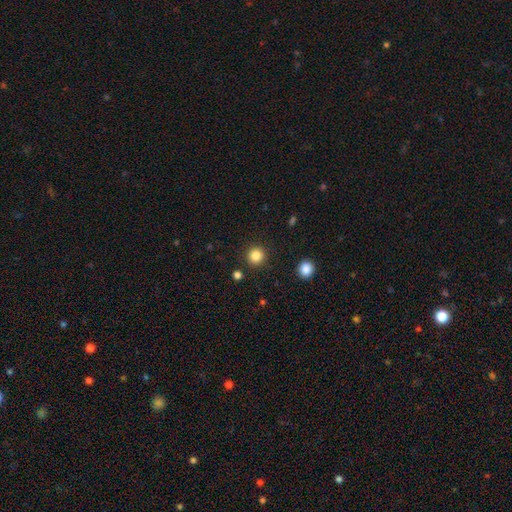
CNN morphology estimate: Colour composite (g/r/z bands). It shows a smooth galaxy with no disk features (84%) that is round (94%). Merging: none (91%).